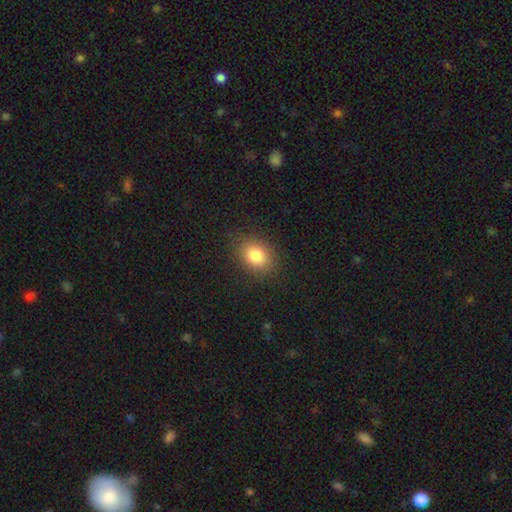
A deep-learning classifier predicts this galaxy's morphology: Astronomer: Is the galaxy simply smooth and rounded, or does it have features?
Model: smooth — 83%.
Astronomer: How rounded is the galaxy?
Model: in between — 60% (runner-up: round, 39%).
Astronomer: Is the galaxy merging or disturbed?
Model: none — 86%.